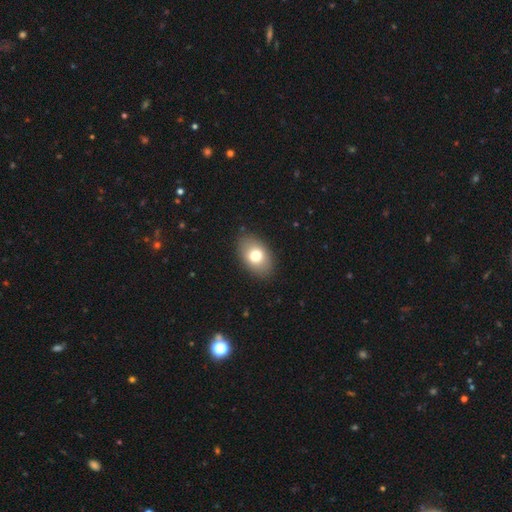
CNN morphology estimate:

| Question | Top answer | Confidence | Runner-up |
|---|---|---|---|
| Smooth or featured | smooth | 75% | featured or disk (17%) |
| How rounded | in between | 87% | round (12%) |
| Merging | none | 87% | minor disturbance (10%) |